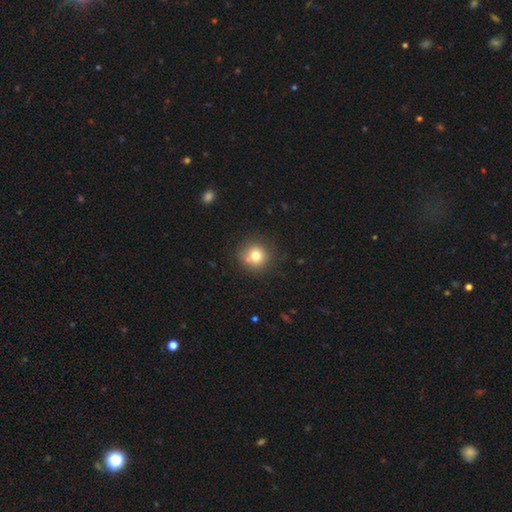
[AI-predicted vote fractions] smooth 74%, star or artifact 13%, featured or disk 13%. Down the decision tree: how rounded — round (93%); merging — none (75%).